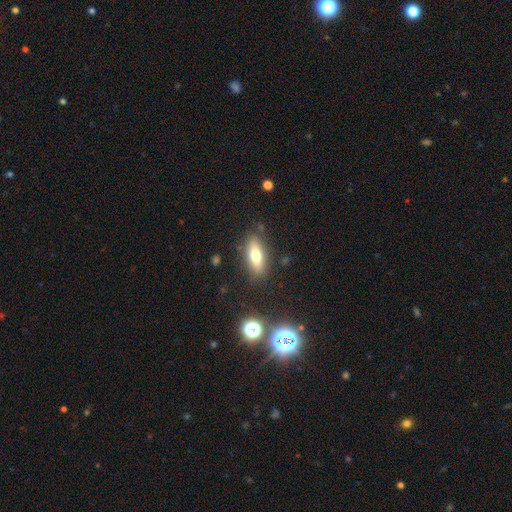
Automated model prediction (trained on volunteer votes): Smooth or featured?
  - smooth: 68% *
  - featured or disk: 23%
  - star or artifact: 9%
How rounded?
  - in between: 73% *
  - cigar-shaped: 23%
  - round: 4%
Merging?
  - none: 82% *
  - minor disturbance: 12%
  - major disturbance: 3%
  - merger: 3%